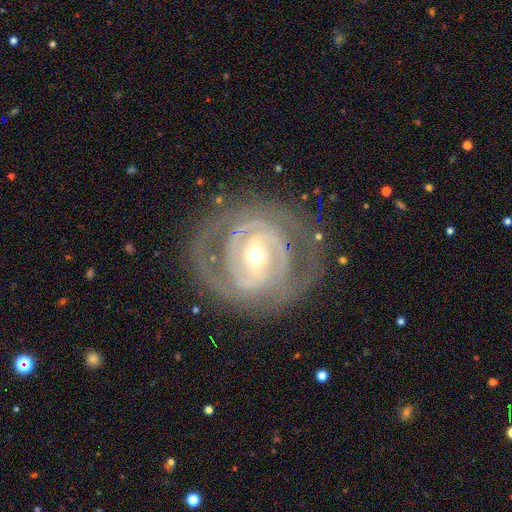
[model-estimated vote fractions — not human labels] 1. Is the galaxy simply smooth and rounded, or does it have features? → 87% featured or disk, 7% smooth, 6% star or artifact.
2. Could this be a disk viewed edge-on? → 96% no, 4% yes.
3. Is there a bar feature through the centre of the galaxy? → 39% weak, 35% strong, 26% no.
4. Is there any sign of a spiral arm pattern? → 93% yes, 7% no.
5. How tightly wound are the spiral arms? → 68% tight, 26% medium, 6% loose.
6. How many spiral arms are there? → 49% 2, 21% can't tell, 16% 3, 6% 4, 4% 1, 4% more than 4.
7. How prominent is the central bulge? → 50% small, 45% moderate, 3% large, 1% dominant, 1% none.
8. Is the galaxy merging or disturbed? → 76% none, 14% minor disturbance, 9% major disturbance, 1% merger.